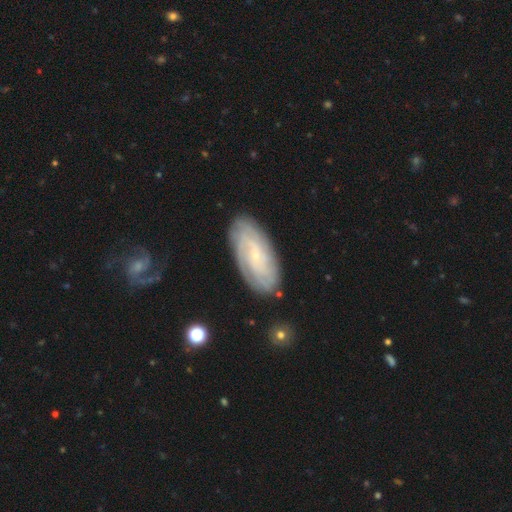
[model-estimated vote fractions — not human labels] This is likely a featured or disk galaxy (75%). It is clearly not viewed edge-on (93%). Bar: likely no (65%). Spiral arm pattern: clearly yes (93%). Spiral arm count: marginally can't tell (44%). Spiral winding: likely tight (69%). Central bulge: clearly small (85%). Merging: clearly none (81%).